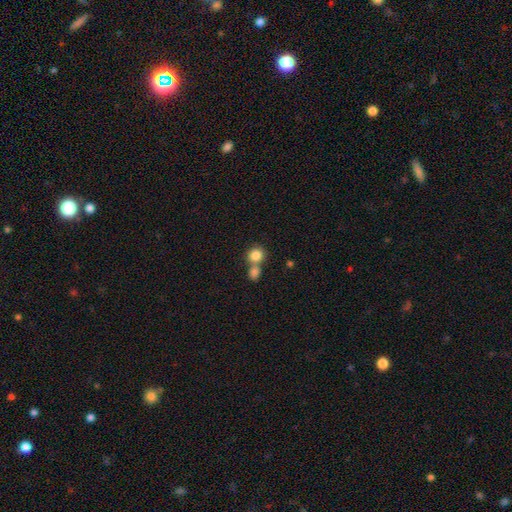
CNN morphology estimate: This is clearly a smooth galaxy (83%). How rounded: clearly round (83%). Merging: possibly merger (46%).